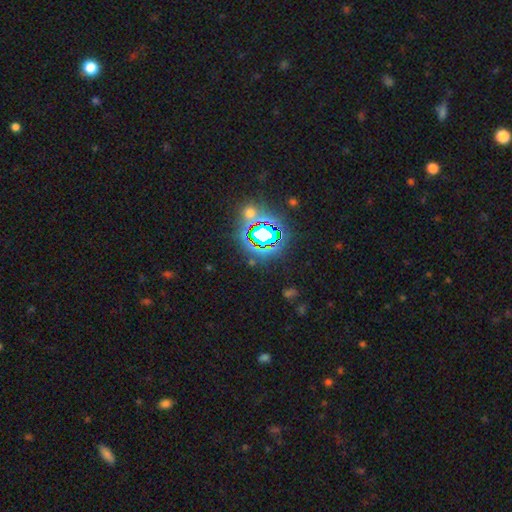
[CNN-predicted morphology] smooth_or_featured: star or artifact (p=0.82) [alt: smooth p=0.11]